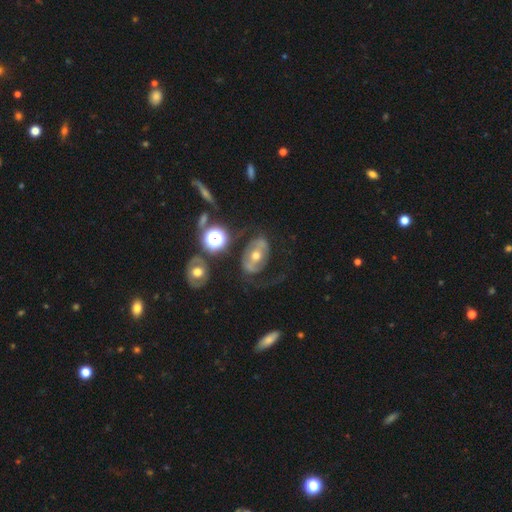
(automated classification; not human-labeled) This is likely a featured or disk galaxy (69%). It is clearly not viewed edge-on (93%). Bar: marginally strong (38%). Spiral arm pattern: likely yes (60%). Central bulge: likely moderate (70%). Merging: possibly none (57%).